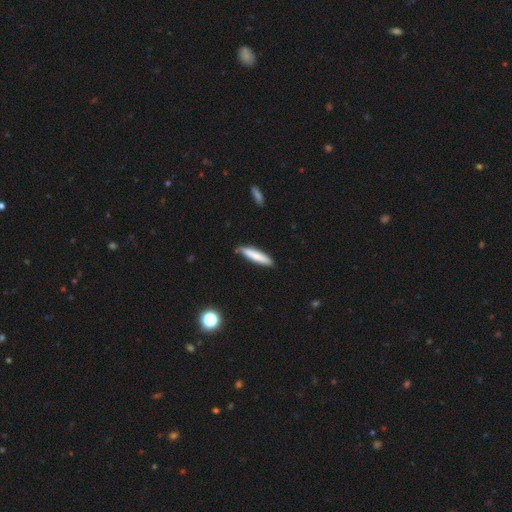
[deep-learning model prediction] This is likely a smooth galaxy (77%). How rounded: clearly cigar-shaped (85%). Merging: clearly none (82%).